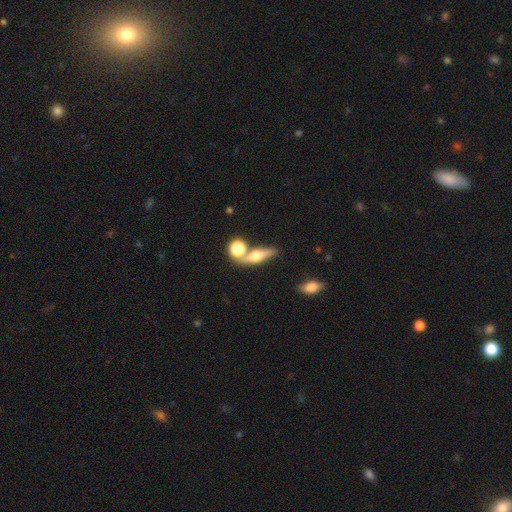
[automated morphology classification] Smooth or featured: smooth — 48% (featured or disk — 43%)
Merging: none — 55% (merger — 28%)